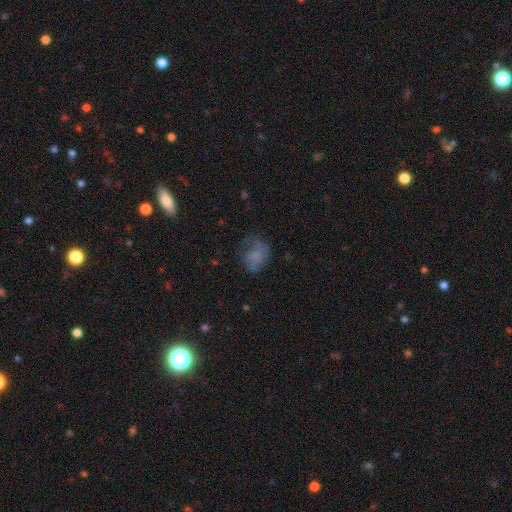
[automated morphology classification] Smooth or featured? Predicted: smooth (p=0.53). How rounded? Predicted: round (p=0.54). Merging? Predicted: none (p=0.43).